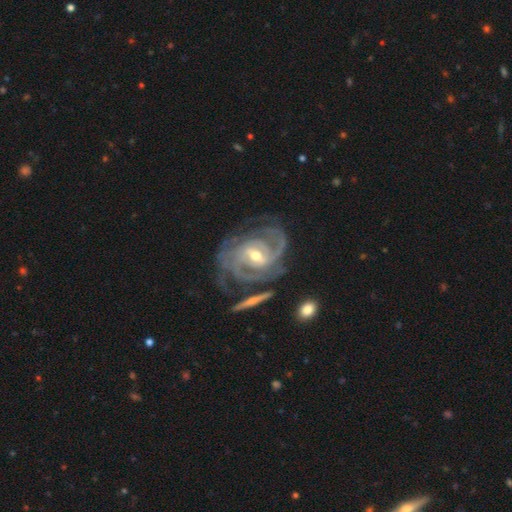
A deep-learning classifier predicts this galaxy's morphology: A featured or disk galaxy (91%) with a weak bar (44%), 2 (31%) tight (64%) spiral arms (98%) and a moderate central bulge (51%). Merging: none (62%).